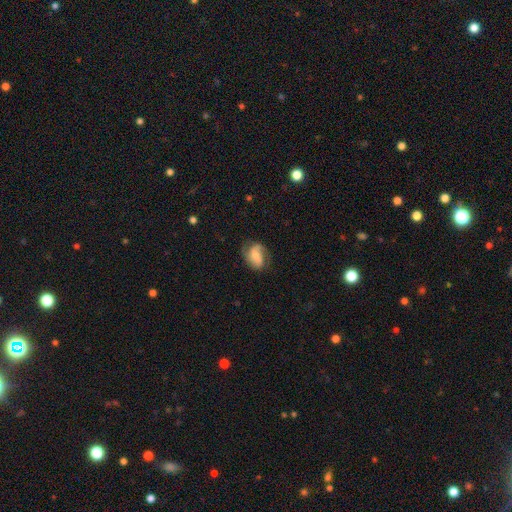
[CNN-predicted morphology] Smooth or featured? Predicted: featured or disk (p=0.61). Edge-on disk? Predicted: no (p=0.97). Bar? Predicted: no (p=0.52). Spiral arms? Predicted: yes (p=0.90). Spiral winding? Predicted: medium (p=0.43). Spiral arm count? Predicted: 2 (p=0.65). Bulge size? Predicted: moderate (p=0.43). Merging? Predicted: none (p=0.63).